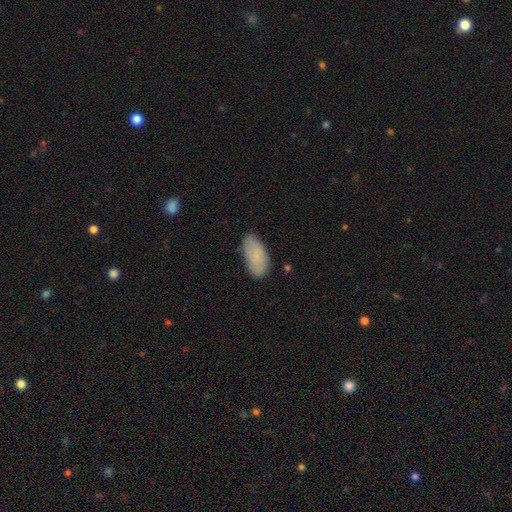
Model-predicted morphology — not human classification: Smooth or featured: smooth — 83% (featured or disk — 10%)
How rounded: in between — 93% (cigar-shaped — 4%)
Merging: none — 77% (minor disturbance — 18%)